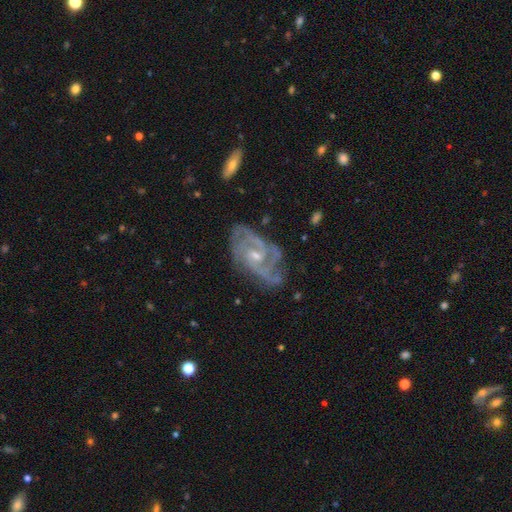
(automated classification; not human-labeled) Q: Smooth or featured?
A: featured or disk (90%); runner-up: star or artifact (6%)
Q: Edge-on disk?
A: no (97%); runner-up: yes (3%)
Q: Bar?
A: no (51%); runner-up: weak (39%)
Q: Spiral arms?
A: yes (98%); runner-up: no (2%)
Q: Spiral winding?
A: tight (50%); runner-up: medium (42%)
Q: Spiral arm count?
A: 2 (33%); tied with: 3 (33%)
Q: Bulge size?
A: small (61%); runner-up: moderate (36%)
Q: Merging?
A: none (68%); runner-up: minor disturbance (21%)